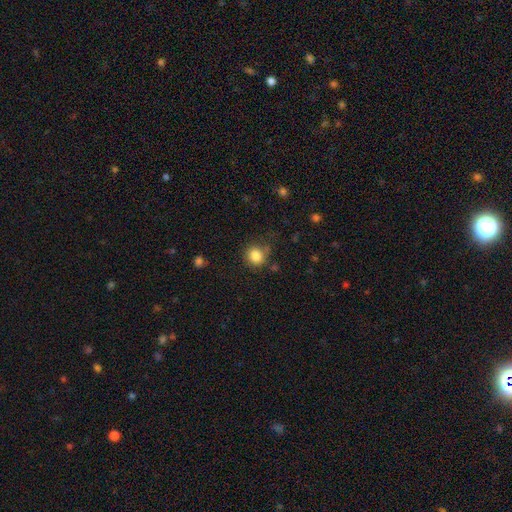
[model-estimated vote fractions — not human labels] A smooth galaxy with no disk features (84%) that is round (86%).

Vote fractions:
- Smooth or featured? smooth: 84% / star or artifact: 11% / featured or disk: 5%
- How rounded? round: 86% / in between: 13% / cigar-shaped: 1%
- Merging? none: 75% / minor disturbance: 17% / major disturbance: 5% / merger: 3%